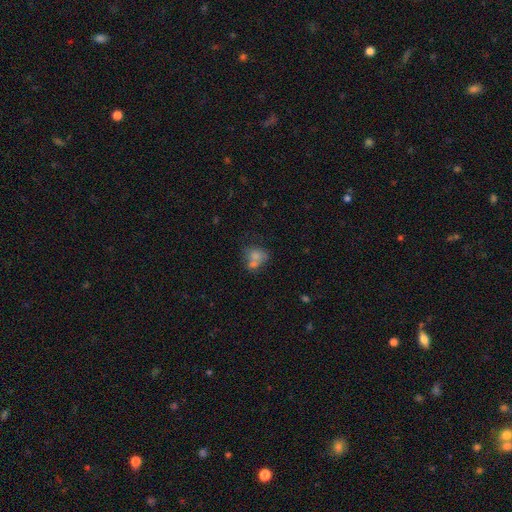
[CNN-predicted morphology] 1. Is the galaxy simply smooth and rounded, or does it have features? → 66% smooth, 18% featured or disk, 16% star or artifact.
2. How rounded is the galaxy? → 54% round, 45% in between, 1% cigar-shaped.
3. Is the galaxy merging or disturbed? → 47% merger, 34% none, 12% minor disturbance, 7% major disturbance.